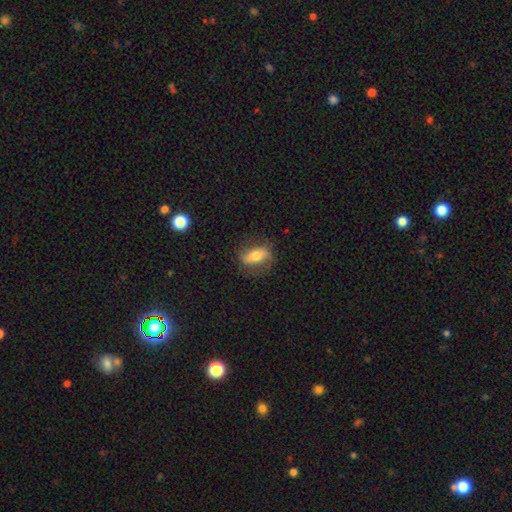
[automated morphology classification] The model was most divided on "smooth or featured": smooth: 55%, featured or disk: 37%, star or artifact: 8%. More confident: how rounded — in between (79%); merging — none (75%).